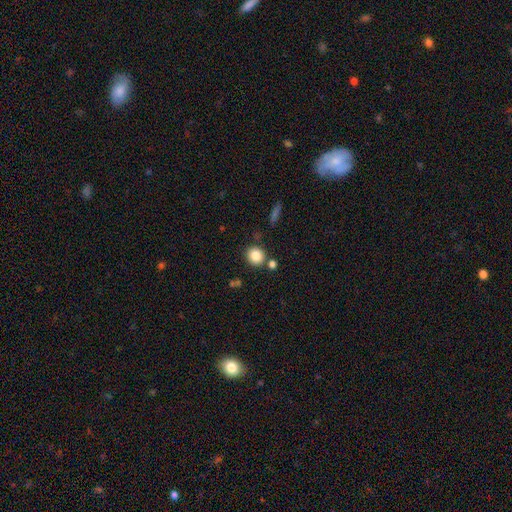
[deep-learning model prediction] Smooth or featured?
  - smooth: 84% *
  - star or artifact: 10%
  - featured or disk: 6%
How rounded?
  - round: 83% *
  - in between: 16%
  - cigar-shaped: 1%
Merging?
  - none: 79% *
  - minor disturbance: 9%
  - merger: 9%
  - major disturbance: 3%